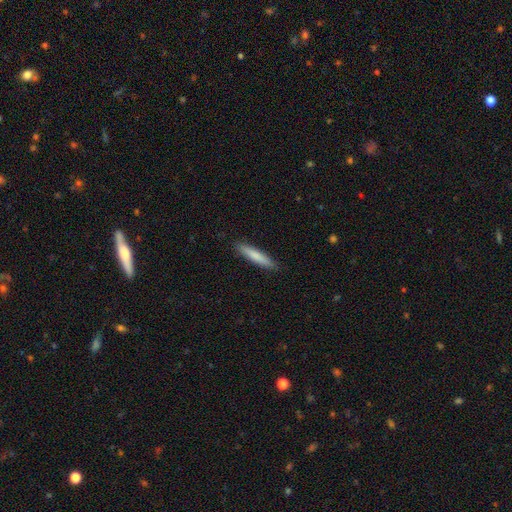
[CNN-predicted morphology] Overall: smooth (79%). How rounded: cigar-shaped (91%). Merging: none (90%).